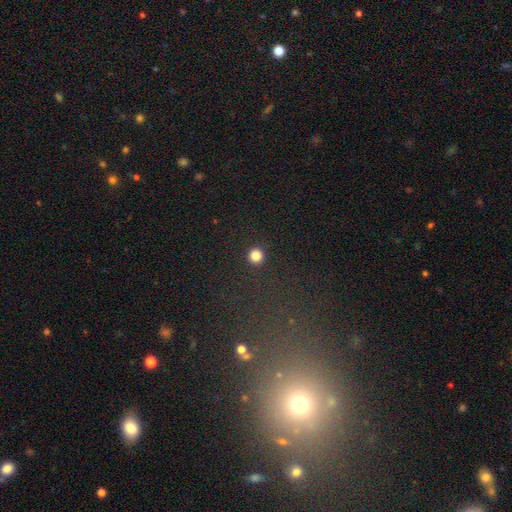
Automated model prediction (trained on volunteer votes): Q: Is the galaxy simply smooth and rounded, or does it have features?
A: smooth — 83%.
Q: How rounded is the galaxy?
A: round — 96%.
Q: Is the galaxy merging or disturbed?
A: none — 93%.